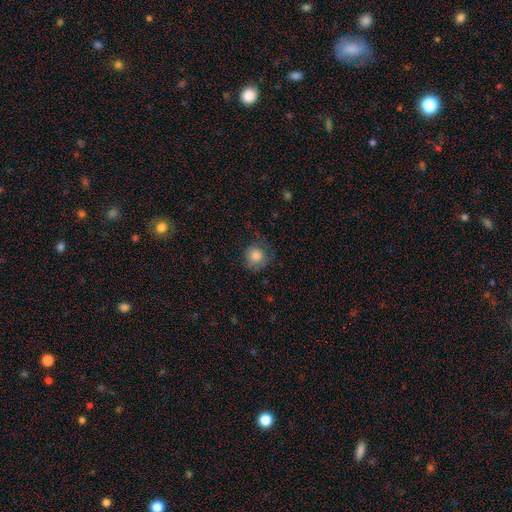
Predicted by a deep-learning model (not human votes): Smooth or featured?
  - smooth: 83% *
  - star or artifact: 9%
  - featured or disk: 8%
How rounded?
  - round: 90% *
  - in between: 9%
  - cigar-shaped: 1%
Merging?
  - none: 66% *
  - minor disturbance: 22%
  - major disturbance: 11%
  - merger: 1%